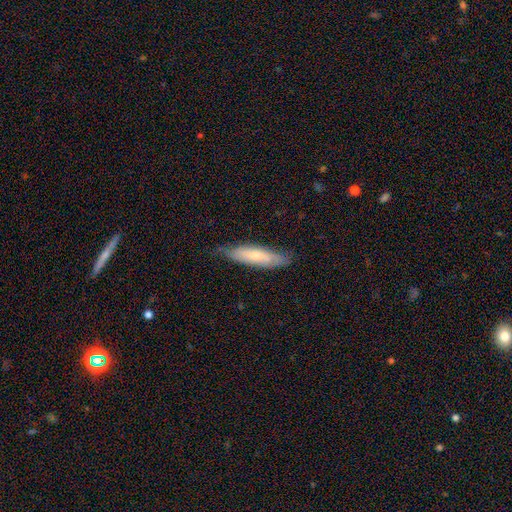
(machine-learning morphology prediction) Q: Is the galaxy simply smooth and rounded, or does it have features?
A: smooth — 58%.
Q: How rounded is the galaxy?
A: cigar-shaped — 67%.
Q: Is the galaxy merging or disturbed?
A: none — 69%.